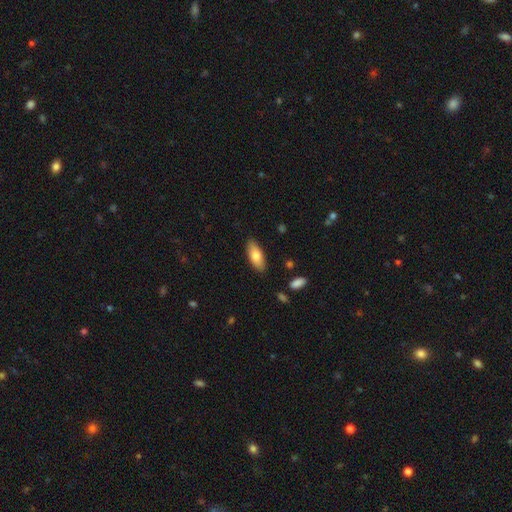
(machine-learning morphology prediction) Smooth or featured: smooth — 76% (featured or disk — 18%)
How rounded: in between — 79% (cigar-shaped — 18%)
Merging: none — 86% (minor disturbance — 10%)